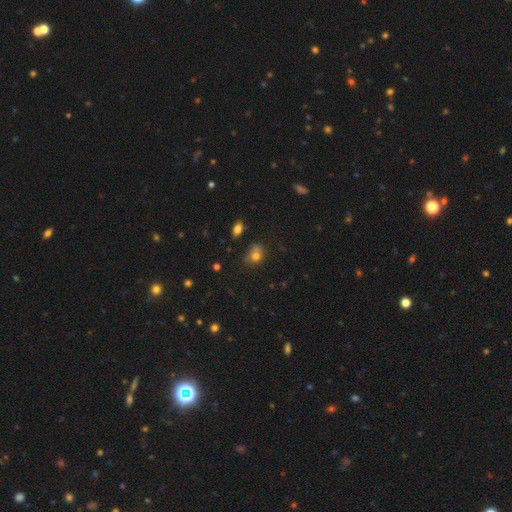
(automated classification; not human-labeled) Smooth or featured: smooth — 74% (star or artifact — 15%)
How rounded: round — 55% (in between — 44%)
Merging: none — 47% (minor disturbance — 28%)